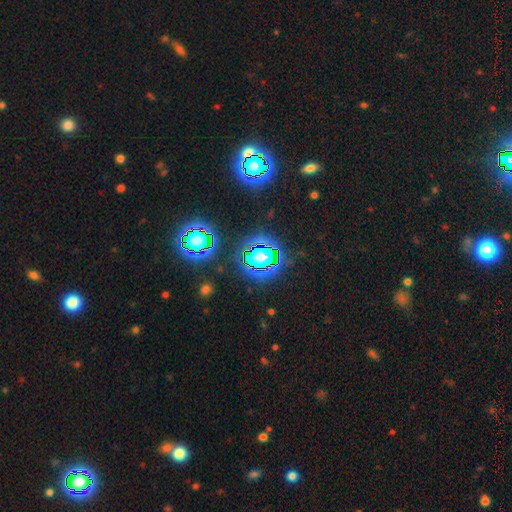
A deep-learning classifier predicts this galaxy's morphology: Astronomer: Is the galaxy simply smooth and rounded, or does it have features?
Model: star or artifact — 79%.